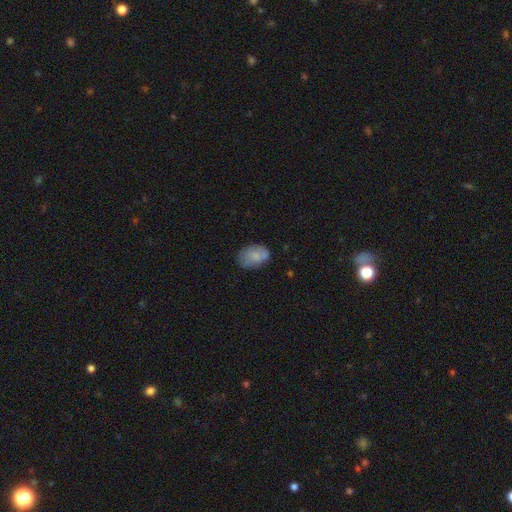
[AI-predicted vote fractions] A smooth galaxy with no disk features (75%) that is in between round and cigar-shaped (83%). Merging: none (64%).